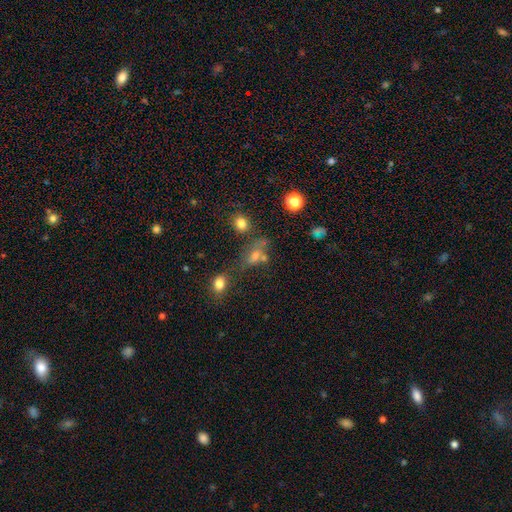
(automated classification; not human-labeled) smooth 50%, star or artifact 30%, featured or disk 20%. Down the decision tree: how rounded — in between (58%); merging — none (45%).